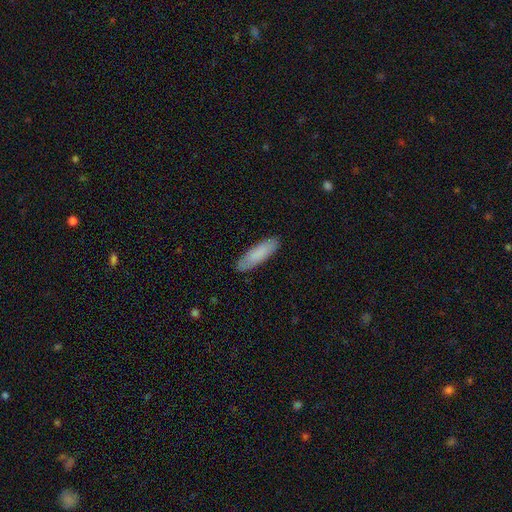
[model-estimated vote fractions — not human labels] Smooth or featured: smooth — 83% (featured or disk — 11%)
How rounded: cigar-shaped — 63% (in between — 36%)
Merging: none — 88% (minor disturbance — 9%)